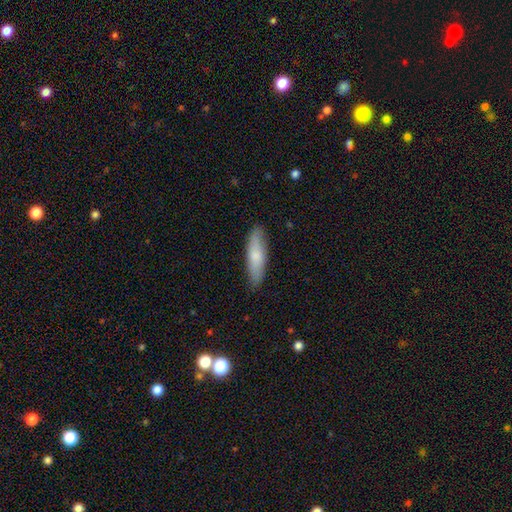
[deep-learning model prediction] Morphology: type=smooth (74%); roundness=cigar-shaped (69%); merging=none (86%).